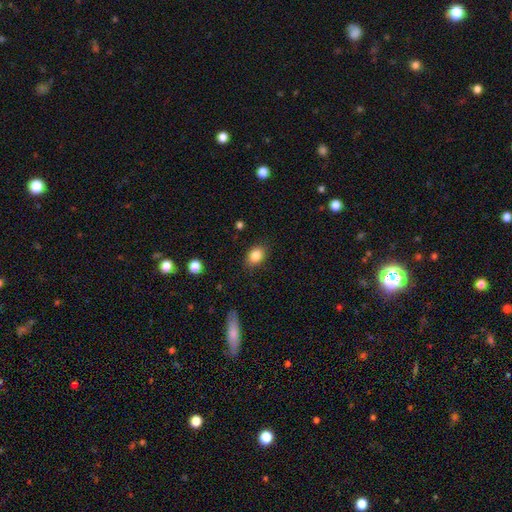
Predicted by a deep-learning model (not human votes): A smooth galaxy with no disk features (85%) that is in between round and cigar-shaped (63%). Merging: none (84%).